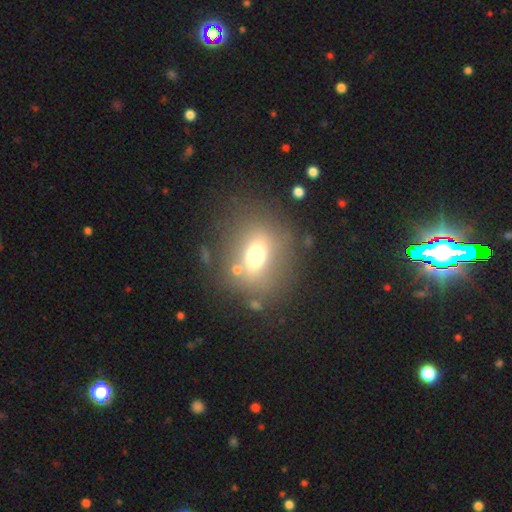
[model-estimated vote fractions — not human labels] This appears to be a smooth galaxy with no disk features (64%) that is round (57%). Merging: none (73%).